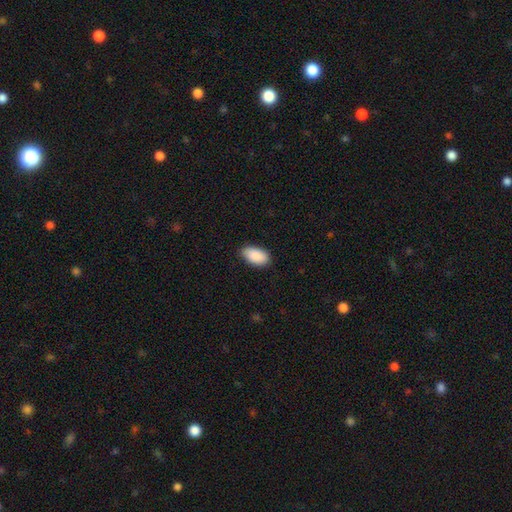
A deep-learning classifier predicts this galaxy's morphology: A smooth galaxy with no disk features (91%) that is in between round and cigar-shaped (95%). Merging: none (82%).